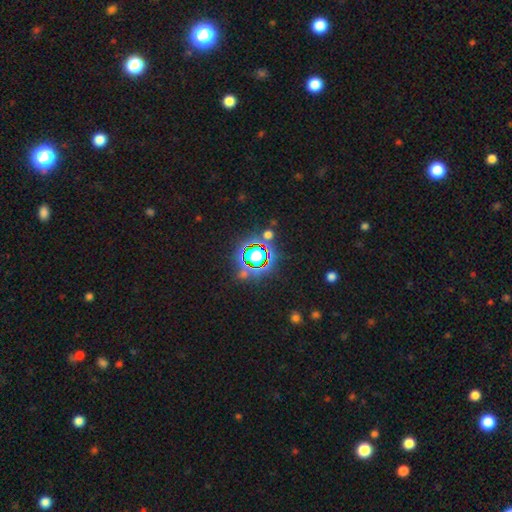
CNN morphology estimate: Smooth or featured? Predicted: star or artifact (p=0.78).